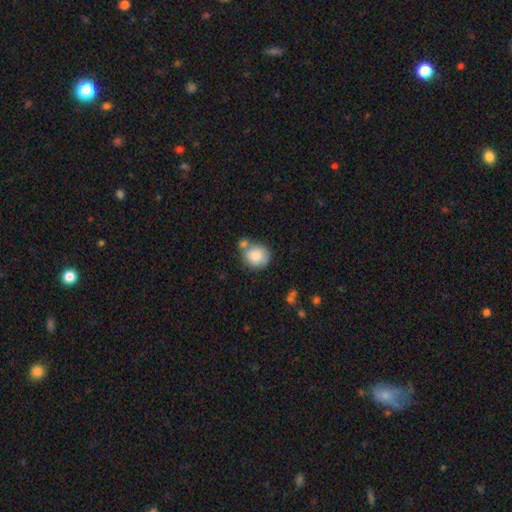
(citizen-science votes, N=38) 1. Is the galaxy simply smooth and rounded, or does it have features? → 92% smooth, 5% featured or disk, 3% star or artifact.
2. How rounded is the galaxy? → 94% round, 6% in between, 0% cigar-shaped.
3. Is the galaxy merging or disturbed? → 84% none, 11% merger, 5% major disturbance, 0% minor disturbance.